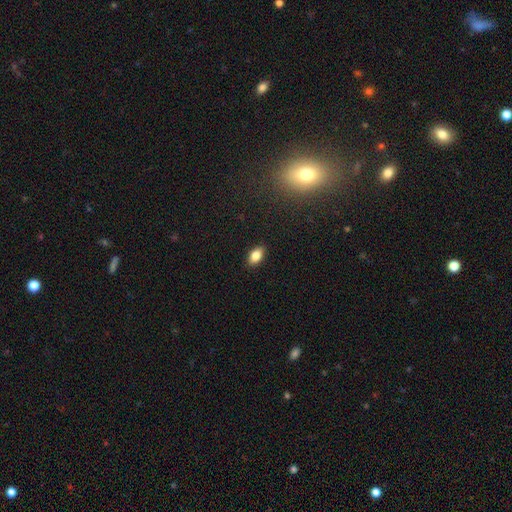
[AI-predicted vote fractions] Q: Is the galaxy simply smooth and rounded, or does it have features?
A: smooth — 83%.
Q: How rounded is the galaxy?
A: in between — 90%.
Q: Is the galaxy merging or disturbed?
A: none — 89%.